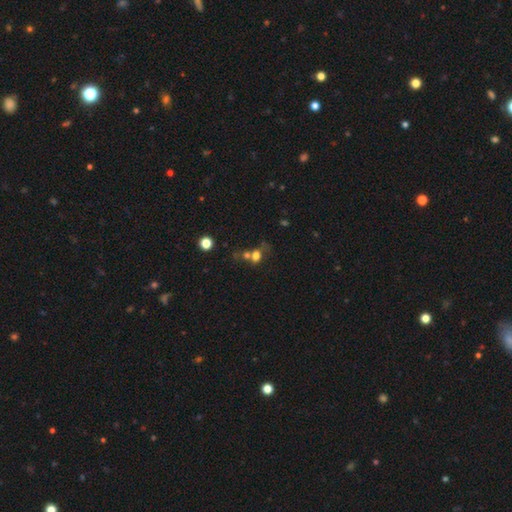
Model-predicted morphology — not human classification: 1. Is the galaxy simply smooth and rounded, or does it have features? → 67% smooth, 18% star or artifact, 15% featured or disk.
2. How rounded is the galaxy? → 57% round, 41% in between, 2% cigar-shaped.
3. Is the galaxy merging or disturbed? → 47% merger, 33% none, 11% minor disturbance, 10% major disturbance.